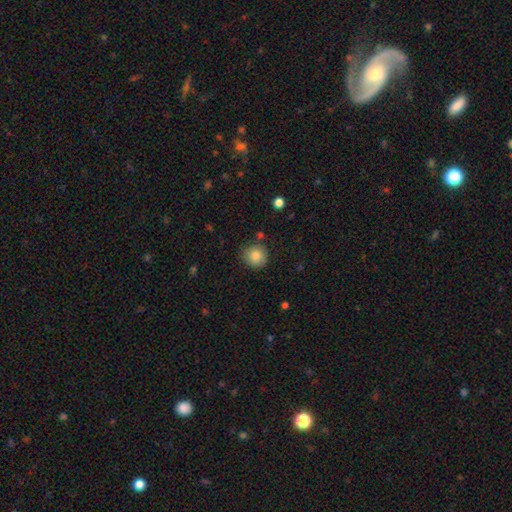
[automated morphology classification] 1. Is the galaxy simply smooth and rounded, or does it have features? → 85% smooth, 9% star or artifact, 6% featured or disk.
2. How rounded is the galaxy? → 90% round, 9% in between, 1% cigar-shaped.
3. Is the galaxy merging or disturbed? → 81% none, 13% minor disturbance, 4% merger, 3% major disturbance.